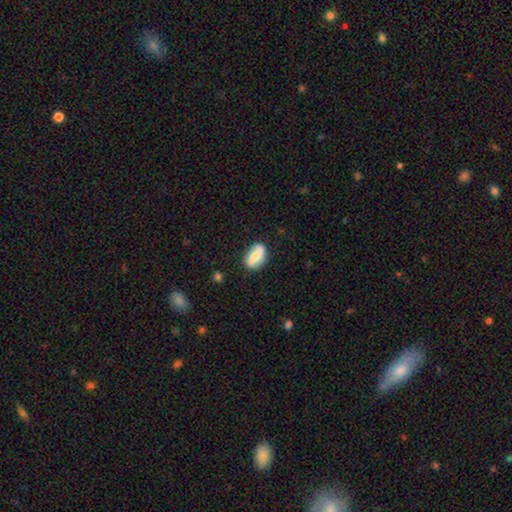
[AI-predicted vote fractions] This is possibly a smooth galaxy (48%). Merging: likely none (79%).